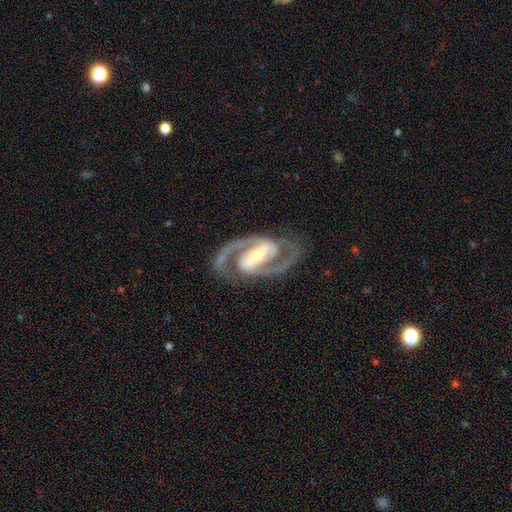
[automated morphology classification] Smooth or featured: featured or disk — 93% (star or artifact — 4%)
Edge-on disk: no — 97% (yes — 3%)
Bar: strong — 76% (weak — 18%)
Spiral arms: yes — 98% (no — 2%)
Spiral winding: medium — 60% (tight — 29%)
Spiral arm count: 2 — 94% (can't tell — 2%)
Bulge size: small — 53% (moderate — 40%)
Merging: none — 83% (minor disturbance — 10%)